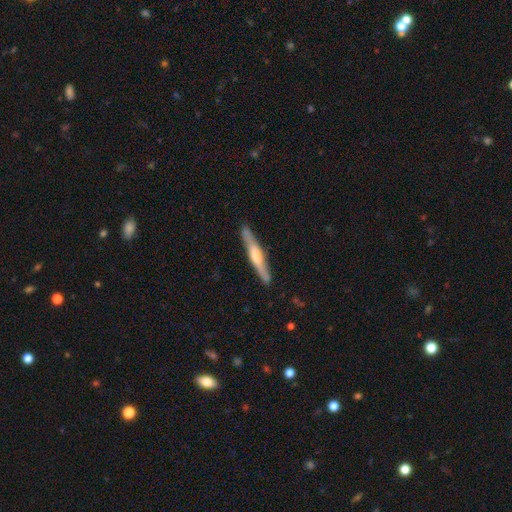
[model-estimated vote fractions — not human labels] The model was most divided on "smooth or featured": featured or disk: 64%, smooth: 30%, star or artifact: 6%. More confident: edge-on disk — yes (95%); merging — none (88%); edge-on bulge — rounded (69%).